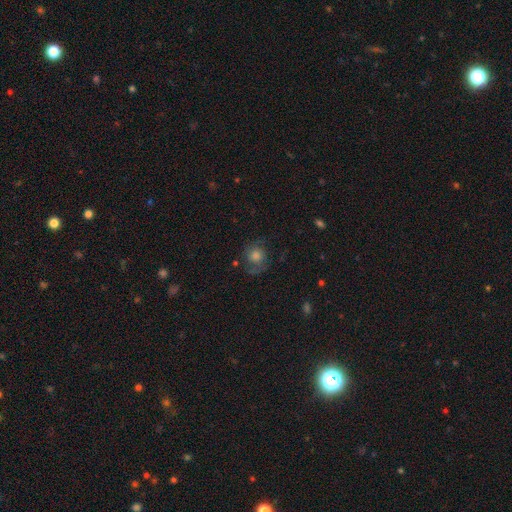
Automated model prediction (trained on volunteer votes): smooth-or-featured: smooth: 48% | featured or disk: 36% | star or artifact: 16%
  merging: none: 65% | minor disturbance: 19% | major disturbance: 15% | merger: 2%